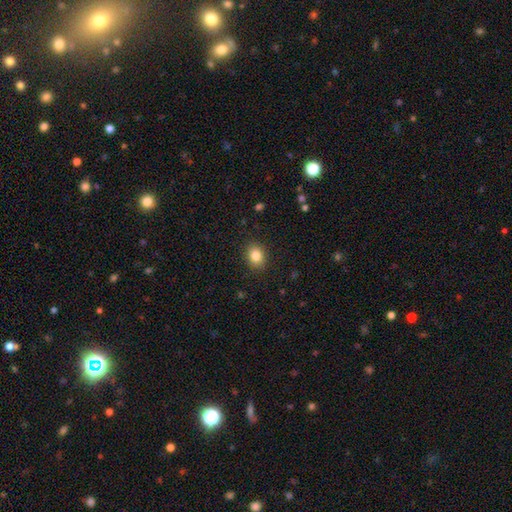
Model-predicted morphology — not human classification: Smooth or featured? smooth (85%)
How rounded? in between (52%)
Merging? none (88%)